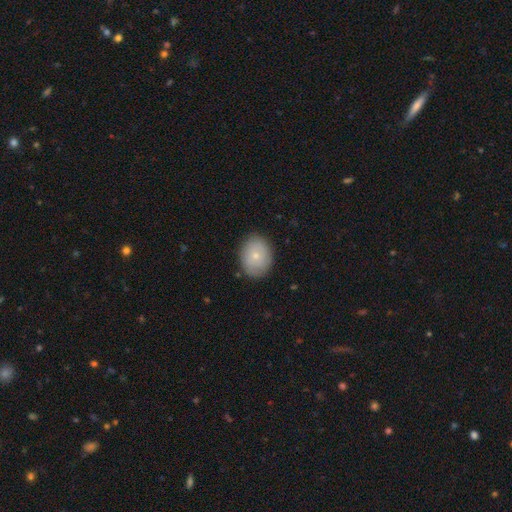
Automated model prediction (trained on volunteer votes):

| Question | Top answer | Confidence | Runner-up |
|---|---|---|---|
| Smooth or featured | smooth | 75% | featured or disk (18%) |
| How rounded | in between | 60% | round (39%) |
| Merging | none | 84% | minor disturbance (13%) |